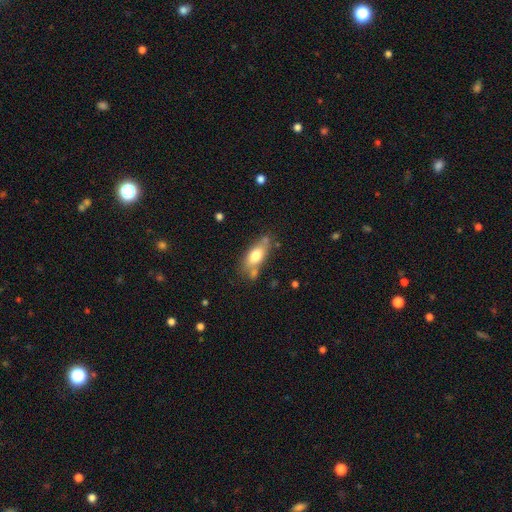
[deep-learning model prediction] Smooth or featured?
  - smooth: 68% *
  - featured or disk: 25%
  - star or artifact: 7%
How rounded?
  - in between: 76% *
  - cigar-shaped: 20%
  - round: 4%
Merging?
  - none: 62% *
  - minor disturbance: 20%
  - merger: 11%
  - major disturbance: 6%